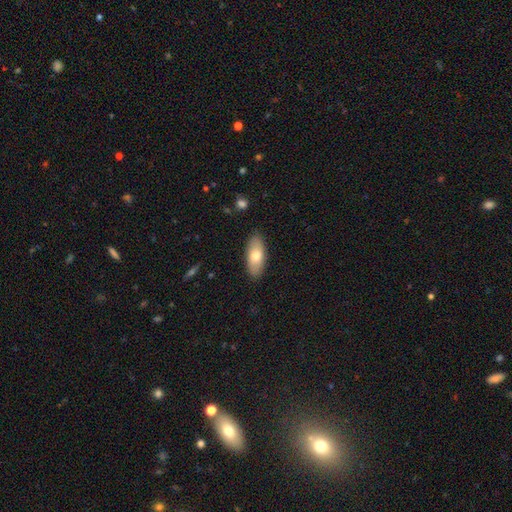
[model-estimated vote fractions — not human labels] This appears to be a smooth galaxy with no disk features (74%) that is in between round and cigar-shaped (83%). Merging: none (87%).